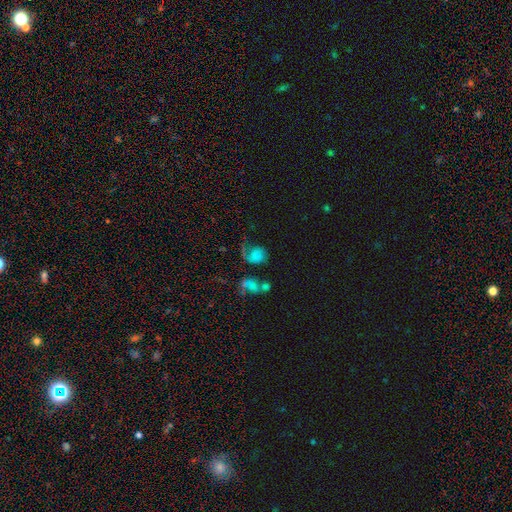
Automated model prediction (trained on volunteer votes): smooth-or-featured: smooth: 44% | featured or disk: 41% | star or artifact: 16%
  merging: major disturbance: 38% | none: 31% | minor disturbance: 17% | merger: 15%